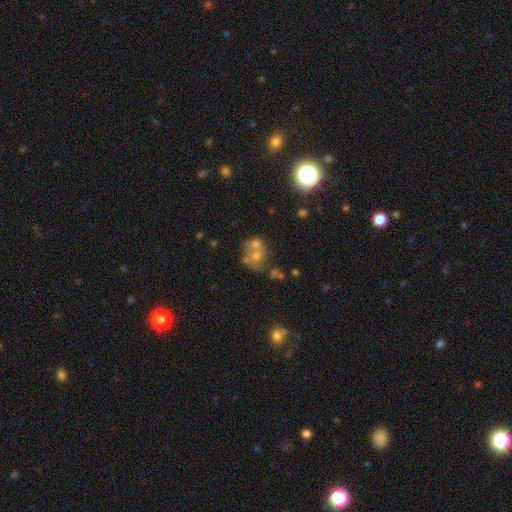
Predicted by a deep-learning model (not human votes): Q: Smooth or featured?
A: smooth (42%); runner-up: featured or disk (37%)
Q: Merging?
A: merger (52%); runner-up: none (30%)